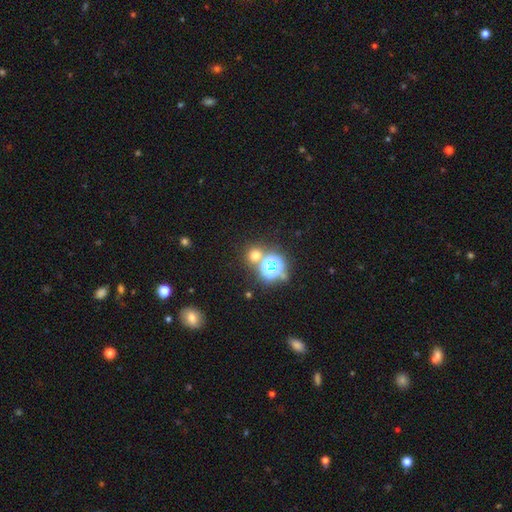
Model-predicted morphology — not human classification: type=smooth (59%); roundness=round (89%); merging=none (68%).